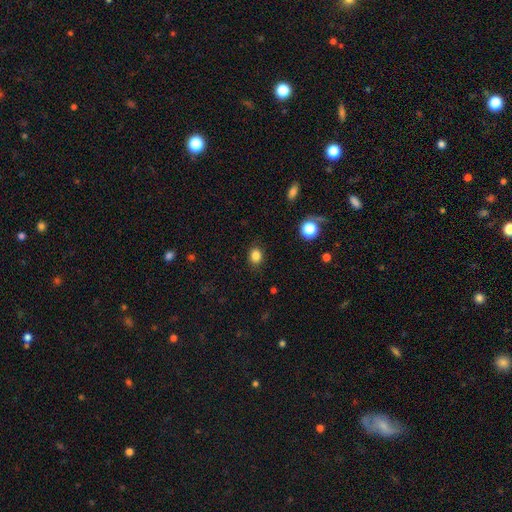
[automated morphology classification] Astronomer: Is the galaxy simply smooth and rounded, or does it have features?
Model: smooth — 84%.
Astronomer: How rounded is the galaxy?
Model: round — 53% (runner-up: in between, 46%).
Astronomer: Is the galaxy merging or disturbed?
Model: none — 86%.